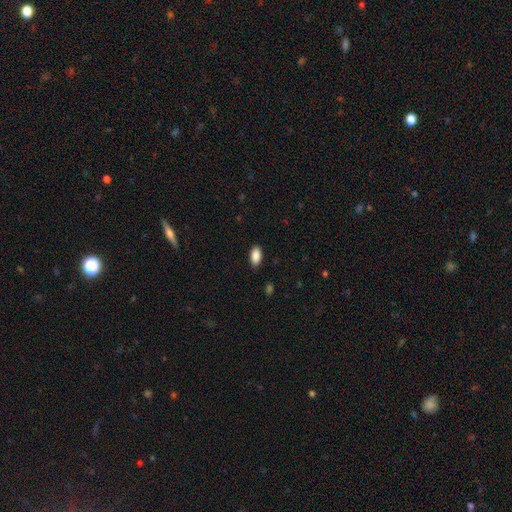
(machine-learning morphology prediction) Q: Smooth or featured?
A: smooth (90%); runner-up: star or artifact (7%)
Q: How rounded?
A: in between (93%); runner-up: cigar-shaped (4%)
Q: Merging?
A: none (87%); runner-up: minor disturbance (10%)